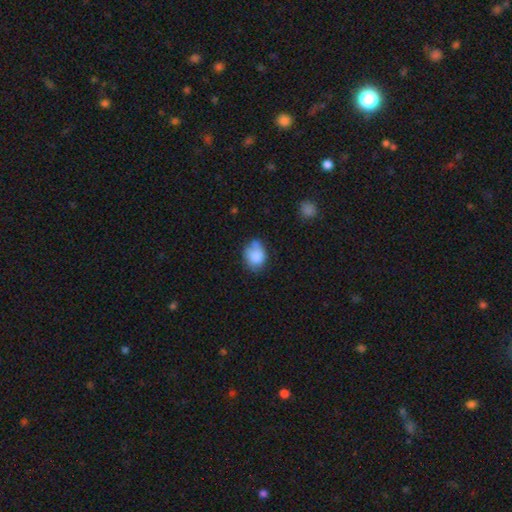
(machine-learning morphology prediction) type=smooth (81%); roundness=in between (51%); merging=none (52%).